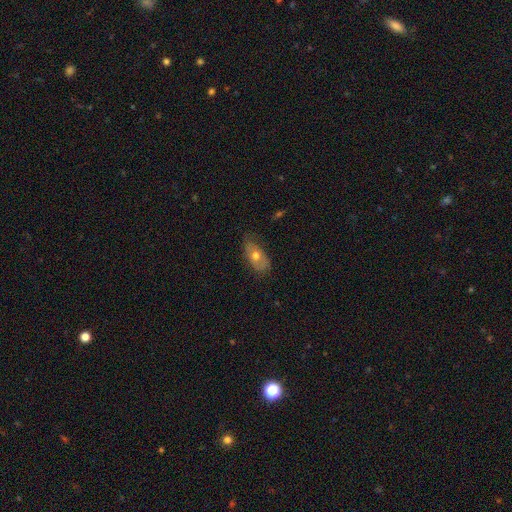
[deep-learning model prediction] Overall: smooth (56%; featured or disk 36%). How rounded: in between (88%). Merging: none (65%; minor disturbance 27%).